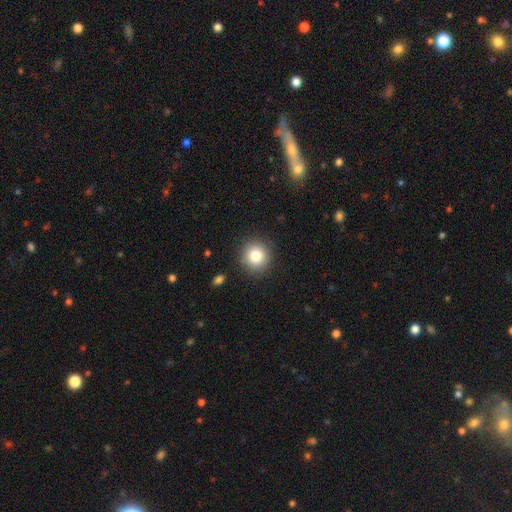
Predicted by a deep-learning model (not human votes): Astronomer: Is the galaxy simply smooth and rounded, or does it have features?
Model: smooth — 82%.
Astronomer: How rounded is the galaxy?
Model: round — 91%.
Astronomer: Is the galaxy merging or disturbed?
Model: none — 89%.